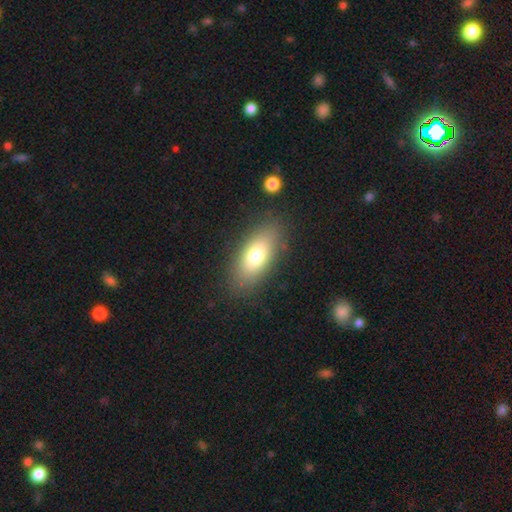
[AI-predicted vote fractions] A smooth galaxy with no disk features (73%) that is in between round and cigar-shaped (85%).

Vote fractions:
- Smooth or featured? smooth: 73% / featured or disk: 17% / star or artifact: 9%
- How rounded? in between: 85% / cigar-shaped: 10% / round: 5%
- Merging? none: 84% / minor disturbance: 10% / major disturbance: 4% / merger: 2%